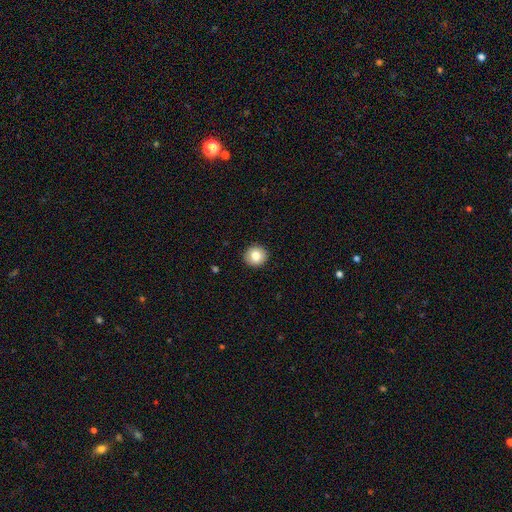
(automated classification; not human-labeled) The model was most divided on "smooth or featured": smooth: 82%, featured or disk: 9%, star or artifact: 9%. More confident: merging — none (93%); how rounded — round (92%).